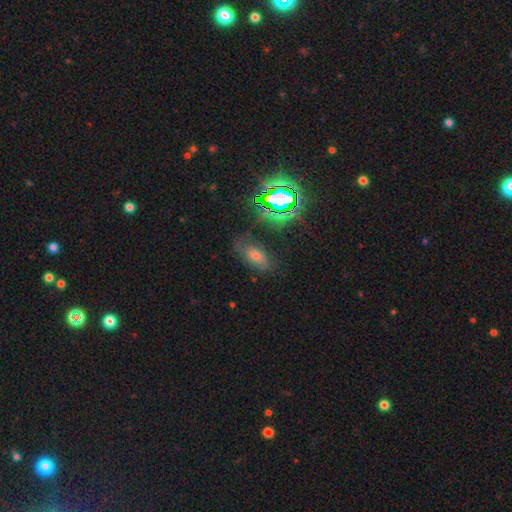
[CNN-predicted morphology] Smooth or featured? smooth (40%)
Merging? none (69%)